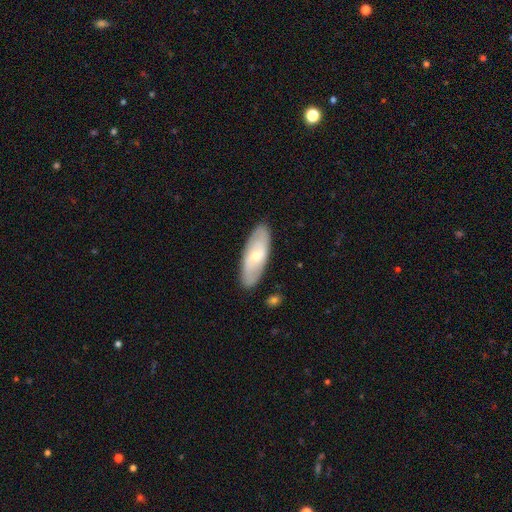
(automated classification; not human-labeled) This is possibly a featured or disk galaxy (50%). Merging: clearly none (87%).